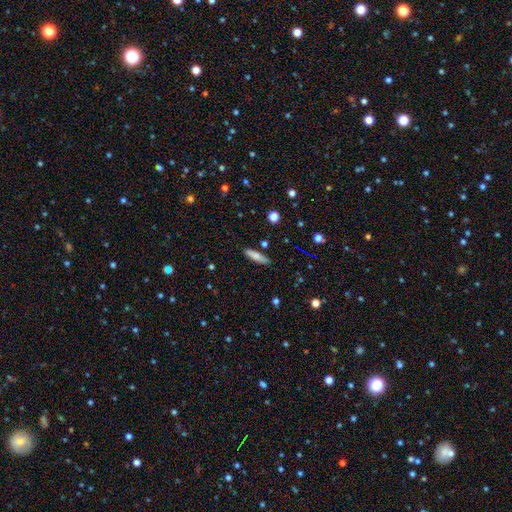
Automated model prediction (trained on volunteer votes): Smooth or featured? Predicted: smooth (p=0.78). How rounded? Predicted: cigar-shaped (p=0.69). Merging? Predicted: none (p=0.85).